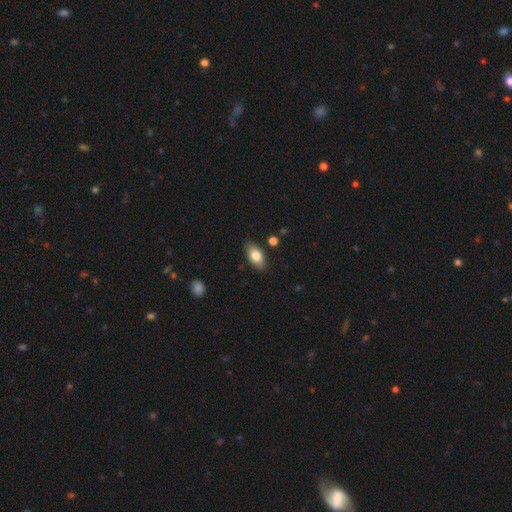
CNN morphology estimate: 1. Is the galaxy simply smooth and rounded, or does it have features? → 79% smooth, 14% featured or disk, 7% star or artifact.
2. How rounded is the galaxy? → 90% in between, 5% cigar-shaped, 5% round.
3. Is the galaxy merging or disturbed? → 85% none, 11% minor disturbance, 2% major disturbance, 2% merger.